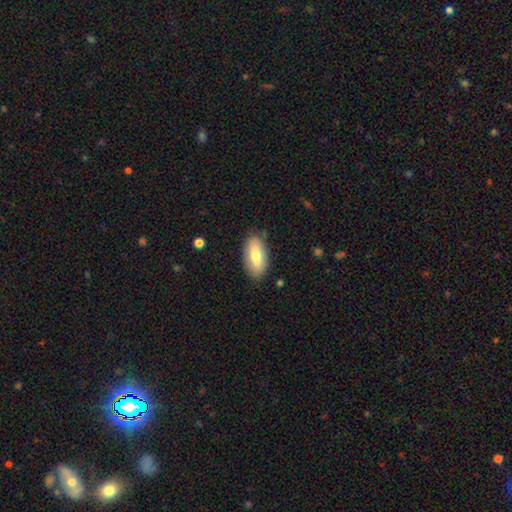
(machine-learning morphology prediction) type=smooth (70%); roundness=in between (86%); merging=none (84%).